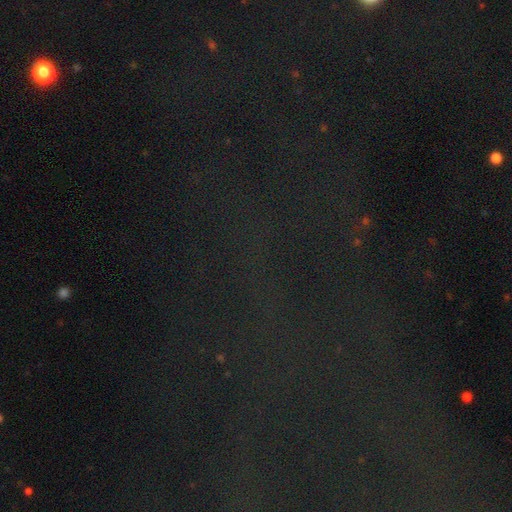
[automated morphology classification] This is clearly a star or artifact rather than a galaxy (81%).